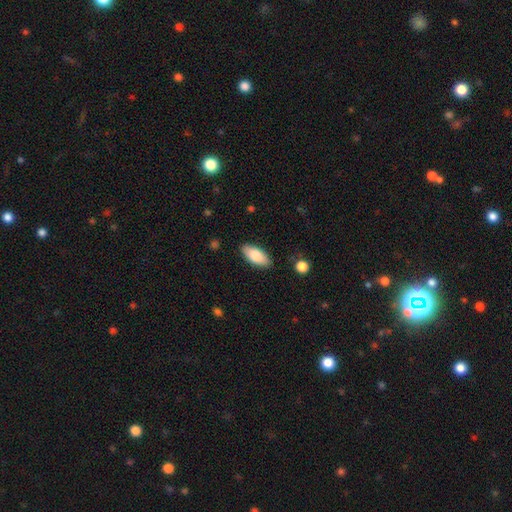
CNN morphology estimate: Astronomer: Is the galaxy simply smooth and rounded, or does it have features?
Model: smooth — 80%.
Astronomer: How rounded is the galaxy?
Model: in between — 87%.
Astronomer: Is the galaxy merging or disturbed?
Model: none — 86%.